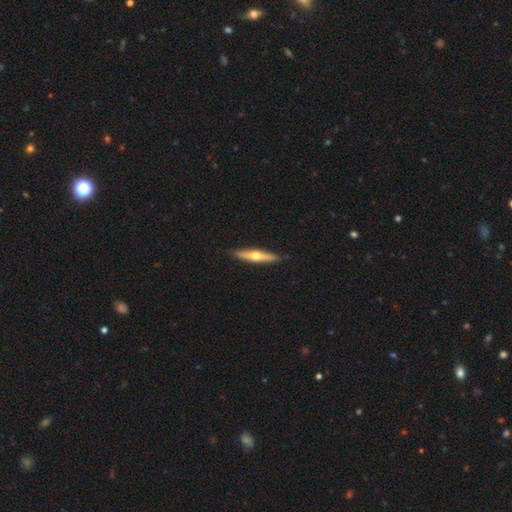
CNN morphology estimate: smooth-or-featured: featured or disk: 56% | smooth: 39% | star or artifact: 5%
  disk-edge-on: yes: 93% | no: 7%
    edge-on-bulge: rounded: 92% | none: 6% | boxy: 2%
  merging: none: 90% | minor disturbance: 7% | major disturbance: 1% | merger: 1%